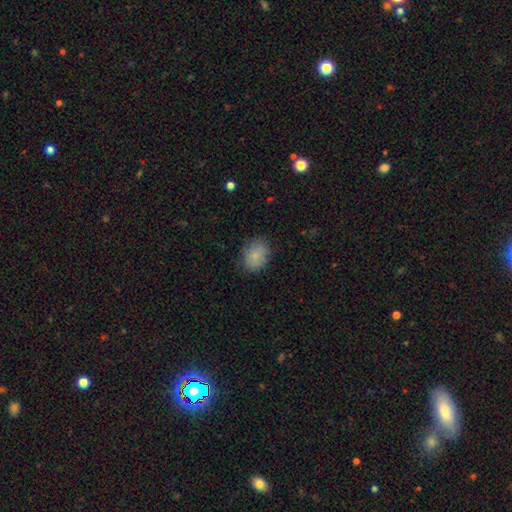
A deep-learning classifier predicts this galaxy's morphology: A smooth galaxy with no disk features (84%) that is in between round and cigar-shaped (62%).

Vote fractions:
- Smooth or featured? smooth: 84% / featured or disk: 8% / star or artifact: 8%
- How rounded? in between: 62% / round: 37% / cigar-shaped: 1%
- Merging? none: 80% / minor disturbance: 15% / major disturbance: 4% / merger: 1%